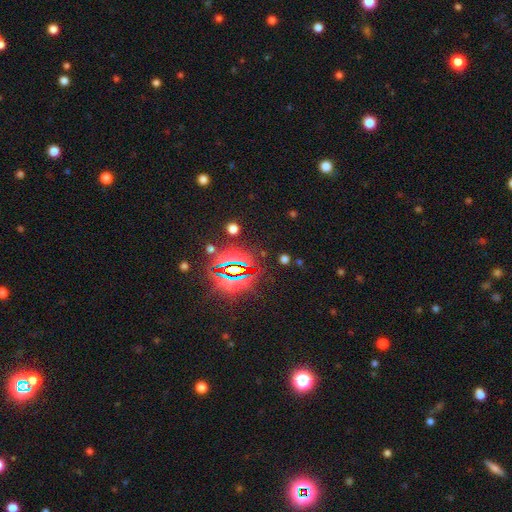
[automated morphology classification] Q: Smooth or featured?
A: star or artifact (85%); runner-up: smooth (9%)